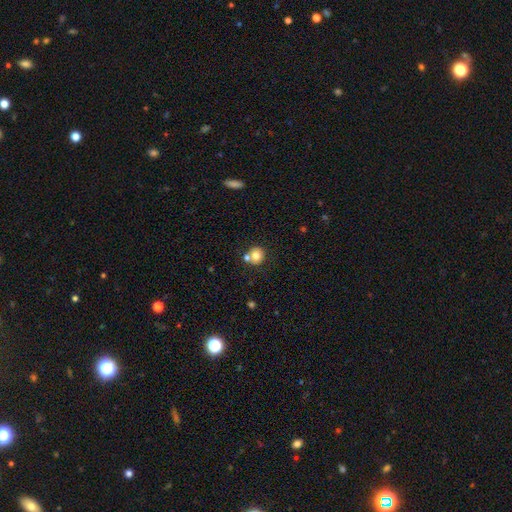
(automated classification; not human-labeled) The model was most divided on "merging": none: 59%, merger: 28%, minor disturbance: 10%, major disturbance: 3%. More confident: how rounded — round (84%); smooth or featured — smooth (77%).